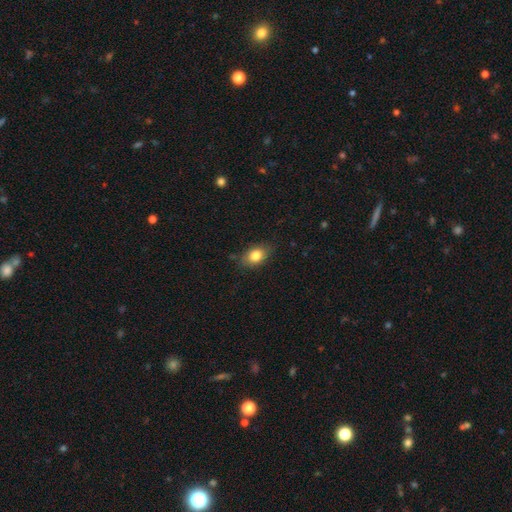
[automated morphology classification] A smooth galaxy with no disk features (81%) that is in between round and cigar-shaped (80%). Merging: none (80%).